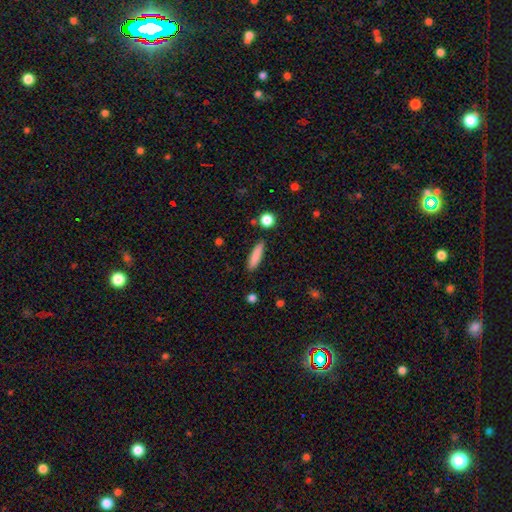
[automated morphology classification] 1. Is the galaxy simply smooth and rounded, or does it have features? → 84% smooth, 9% featured or disk, 7% star or artifact.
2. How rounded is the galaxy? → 77% cigar-shaped, 21% in between, 2% round.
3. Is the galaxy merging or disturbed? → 87% none, 9% minor disturbance, 2% merger, 2% major disturbance.